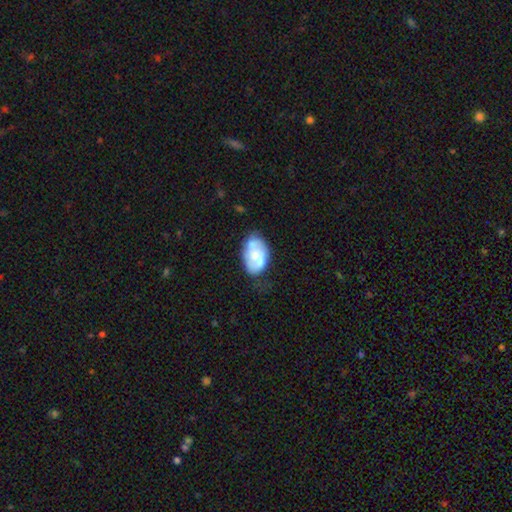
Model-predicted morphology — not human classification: Overall: smooth (53%; featured or disk 39%). How rounded: in between (91%). Merging: none (48%; minor disturbance 31%).